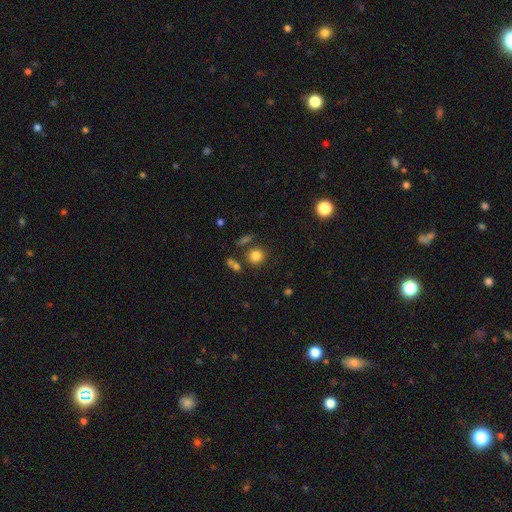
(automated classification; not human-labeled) Smooth or featured: smooth — 81% (star or artifact — 13%)
How rounded: round — 86% (in between — 13%)
Merging: none — 76% (merger — 11%)